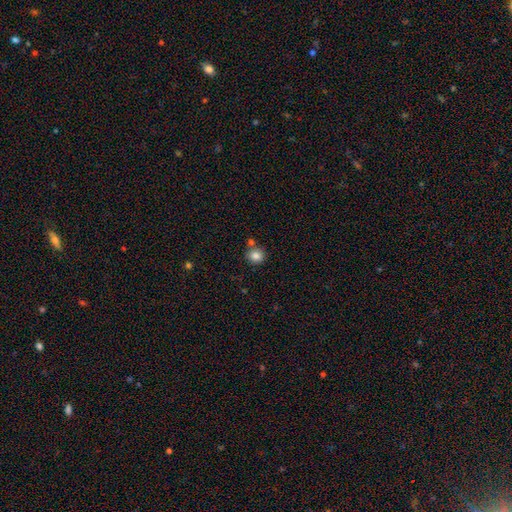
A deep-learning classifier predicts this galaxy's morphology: Smooth or featured? Predicted: smooth (p=0.83). How rounded? Predicted: round (p=0.84). Merging? Predicted: none (p=0.74).